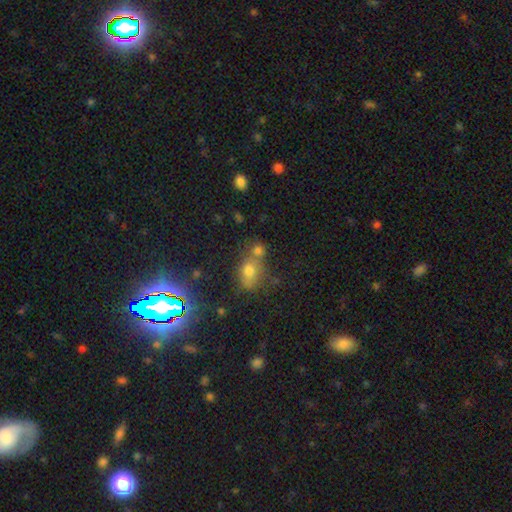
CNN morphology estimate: A smooth galaxy with no disk features (51%) that is in between round and cigar-shaped (57%).

Vote fractions:
- Smooth or featured? smooth: 51% / star or artifact: 35% / featured or disk: 13%
- How rounded? in between: 57% / round: 40% / cigar-shaped: 4%
- Merging? none: 54% / merger: 29% / minor disturbance: 12% / major disturbance: 5%